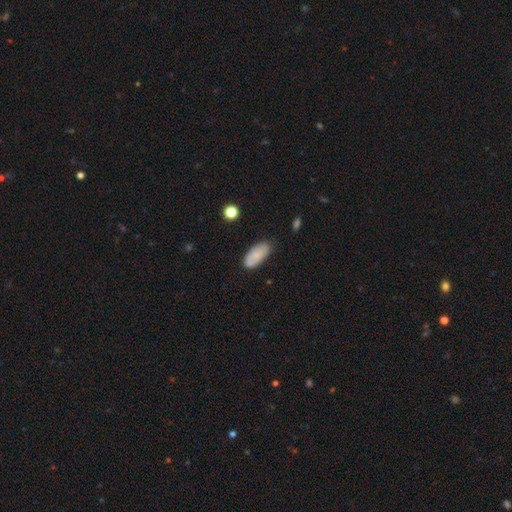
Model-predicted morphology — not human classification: type=smooth (80%); roundness=in between (88%); merging=none (76%).